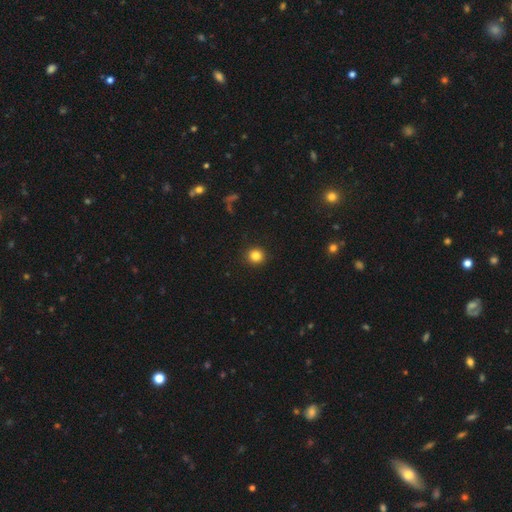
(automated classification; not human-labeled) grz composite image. It shows a smooth galaxy with no disk features (84%) that is round (92%). Merging: none (92%).